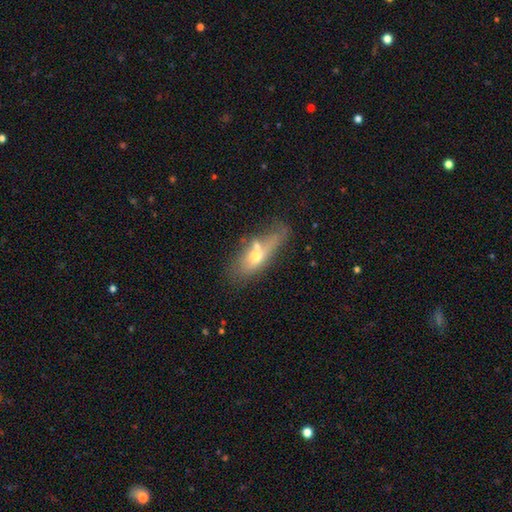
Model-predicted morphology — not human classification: A smooth galaxy with no disk features (54%) that is in between round and cigar-shaped (66%).

Vote fractions:
- Smooth or featured? smooth: 54% / featured or disk: 37% / star or artifact: 9%
- How rounded? in between: 66% / cigar-shaped: 25% / round: 9%
- Merging? merger: 35% / none: 34% / minor disturbance: 17% / major disturbance: 13%